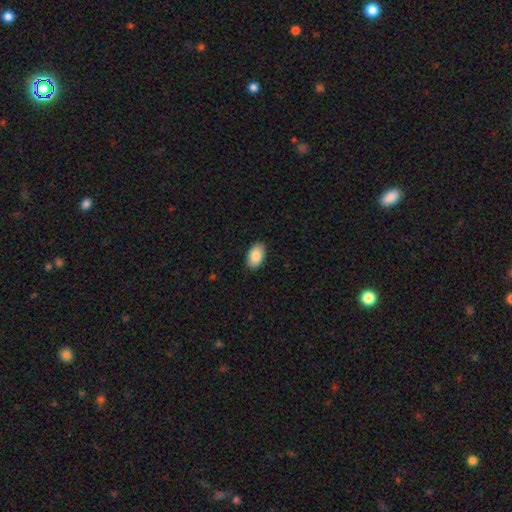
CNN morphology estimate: Q: Smooth or featured?
A: smooth (88%); runner-up: star or artifact (6%)
Q: How rounded?
A: in between (94%); runner-up: round (5%)
Q: Merging?
A: none (90%); runner-up: minor disturbance (8%)